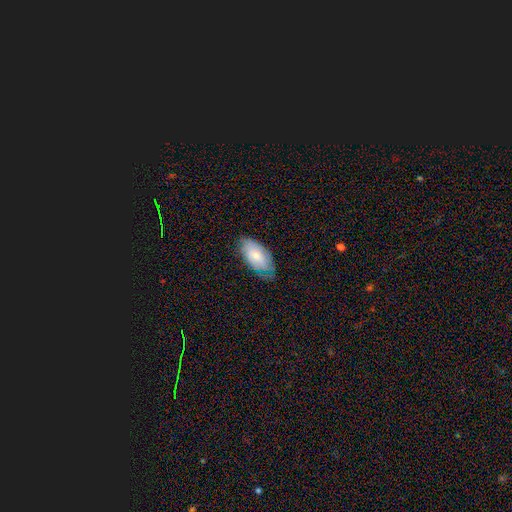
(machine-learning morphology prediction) smooth_or_featured: smooth (p=0.64) [alt: featured or disk p=0.30]
how_rounded: in between (p=0.93) [alt: cigar-shaped p=0.04]
merging: none (p=0.64) [alt: minor disturbance p=0.28]